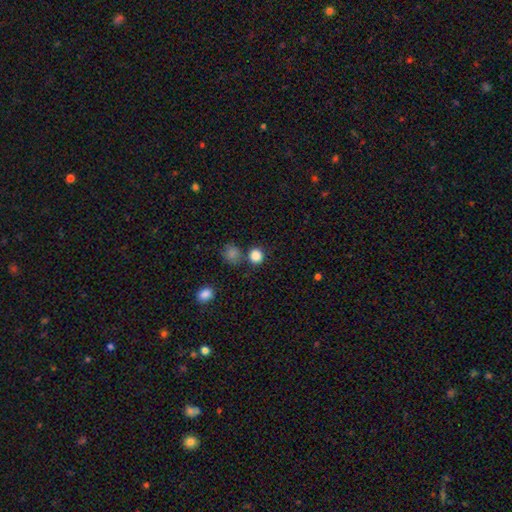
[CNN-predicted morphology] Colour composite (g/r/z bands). It shows a smooth galaxy with no disk features (84%) that is round (86%). Merging: none (72%).